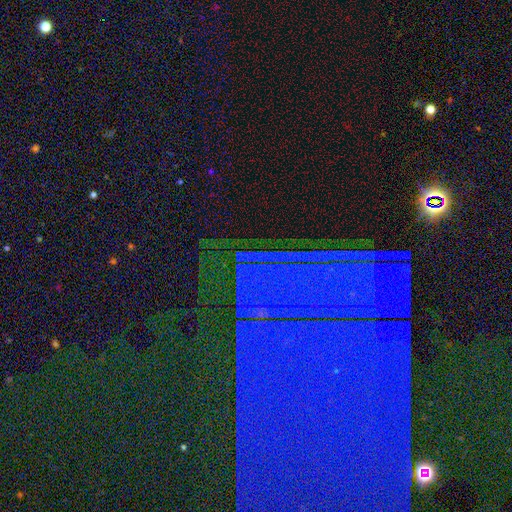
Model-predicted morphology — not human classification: Smooth or featured? Predicted: star or artifact (p=0.83).